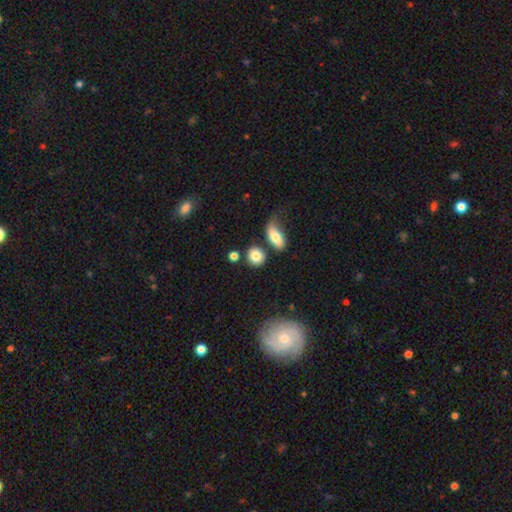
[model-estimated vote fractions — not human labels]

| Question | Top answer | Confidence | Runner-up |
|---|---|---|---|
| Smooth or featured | smooth | 82% | star or artifact (9%) |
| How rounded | round | 74% | in between (24%) |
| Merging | none | 69% | merger (14%) |